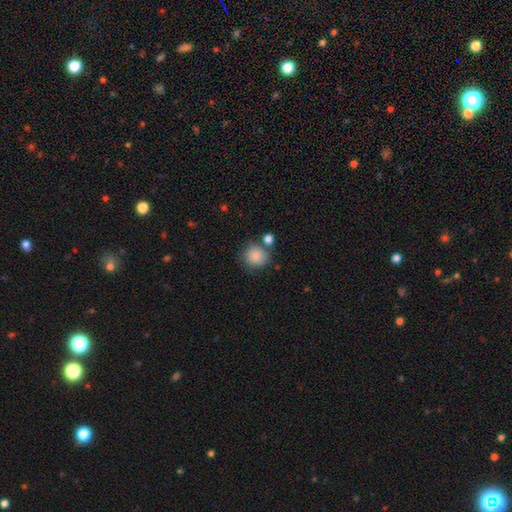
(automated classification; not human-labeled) Smooth or featured: smooth — 86% (star or artifact — 8%)
How rounded: round — 89% (in between — 10%)
Merging: none — 68% (merger — 14%)